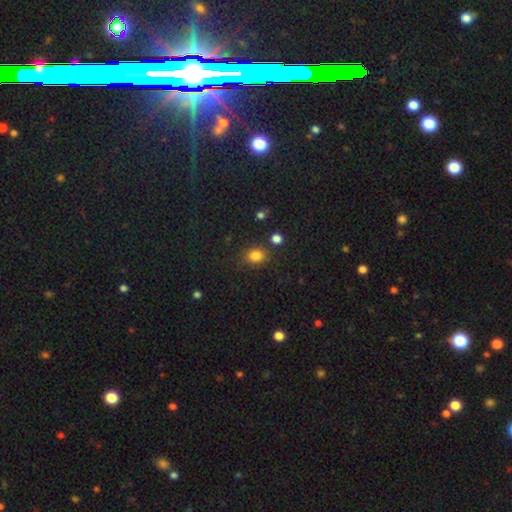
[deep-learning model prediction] Morphology: type=smooth (82%); roundness=round (52%); merging=none (78%).